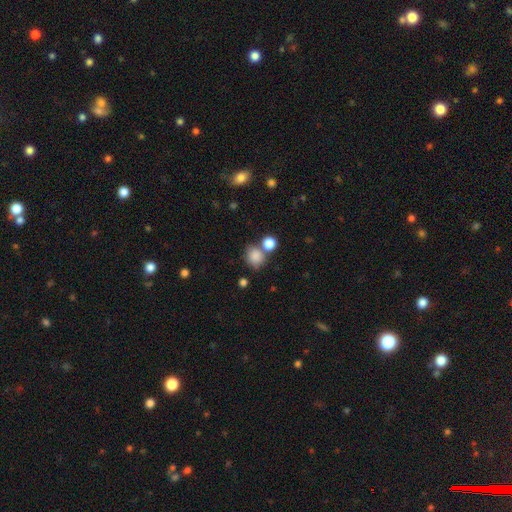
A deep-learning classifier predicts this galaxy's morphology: This appears to be a smooth galaxy with no disk features (84%) that is round (69%). Merging: none (55%).